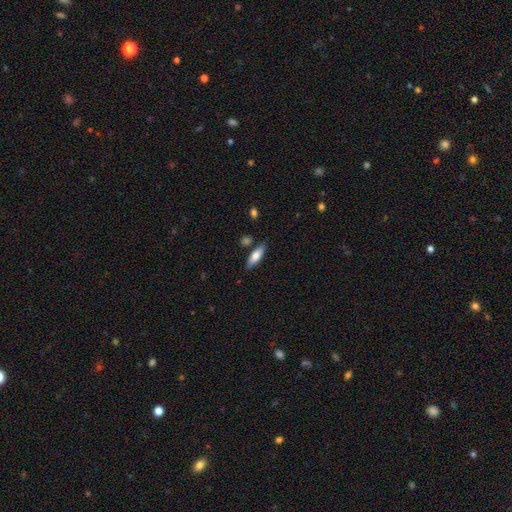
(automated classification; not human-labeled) This is likely a smooth galaxy (73%). How rounded: possibly in between (54%). Merging: clearly none (80%).